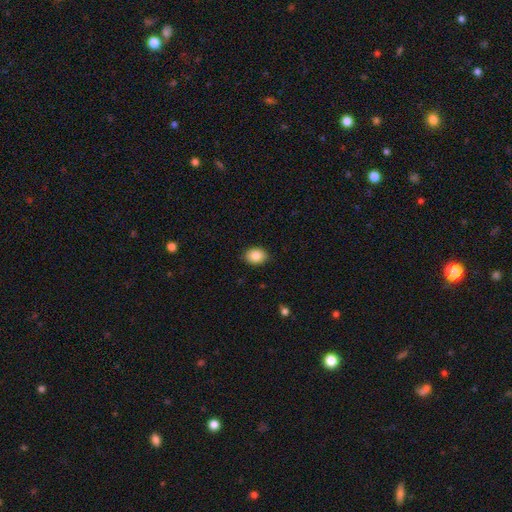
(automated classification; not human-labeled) A smooth galaxy with no disk features (86%) that is in between round and cigar-shaped (62%). Merging: none (87%).